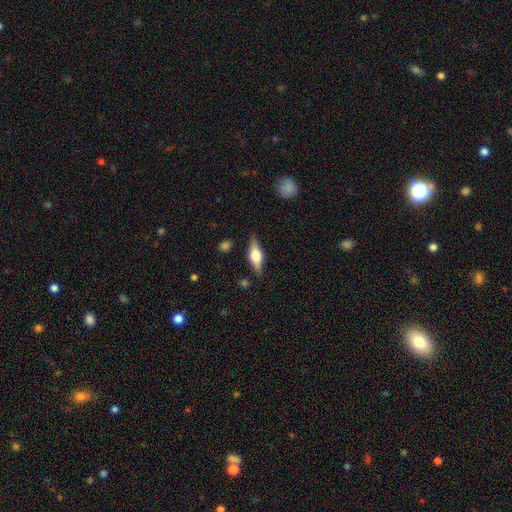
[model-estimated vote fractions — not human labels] This appears to be a featured or disk galaxy (57%) viewed edge-on (95%) with a rounded central bulge (87%). Merging: none (83%).